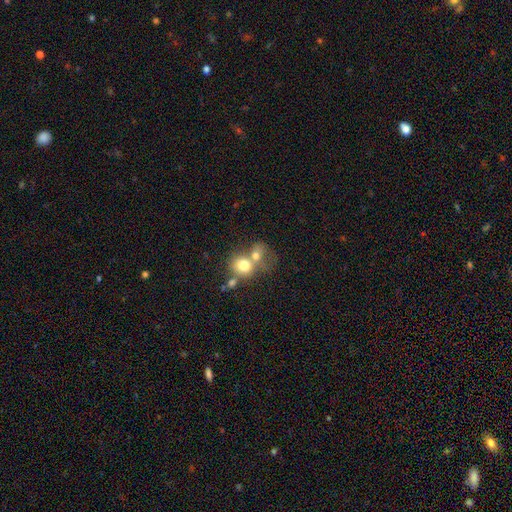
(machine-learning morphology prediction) type=smooth (72%); roundness=round (67%); merging=merger (62%).